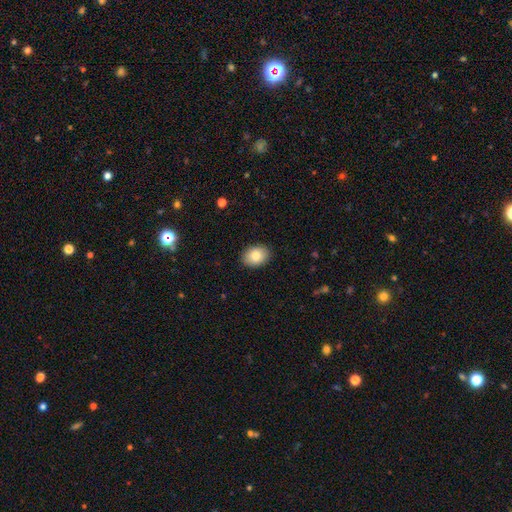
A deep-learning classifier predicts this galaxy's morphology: A smooth galaxy with no disk features (83%) that is in between round and cigar-shaped (72%).

Vote fractions:
- Smooth or featured? smooth: 83% / featured or disk: 9% / star or artifact: 8%
- How rounded? in between: 72% / round: 27% / cigar-shaped: 1%
- Merging? none: 89% / minor disturbance: 8% / major disturbance: 2% / merger: 1%